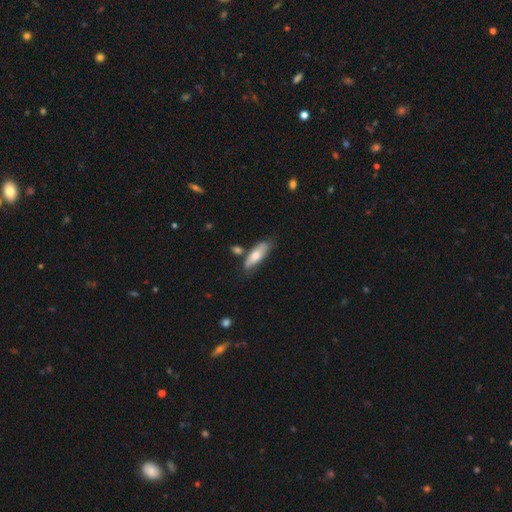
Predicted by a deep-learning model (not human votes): smooth 65%, featured or disk 29%, star or artifact 6%. Down the decision tree: how rounded — in between (57%); merging — none (67%).